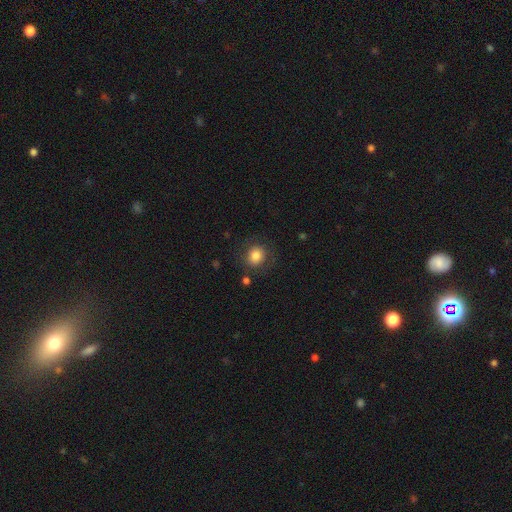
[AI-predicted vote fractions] Overall: smooth (80%). How rounded: round (81%). Merging: none (79%).